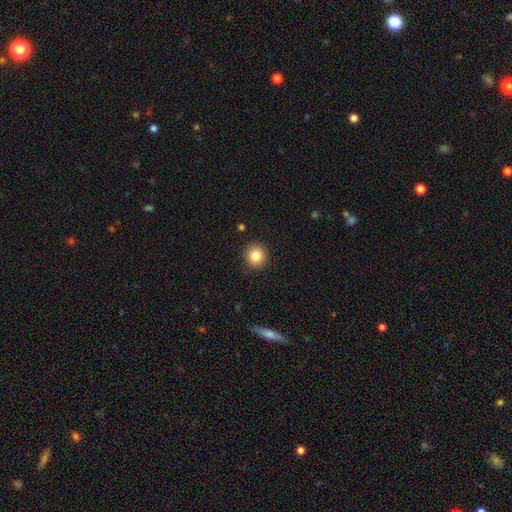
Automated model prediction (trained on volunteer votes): smooth_or_featured: smooth (p=0.85) [alt: star or artifact p=0.09]
how_rounded: round (p=0.92) [alt: in between p=0.07]
merging: none (p=0.91) [alt: minor disturbance p=0.06]